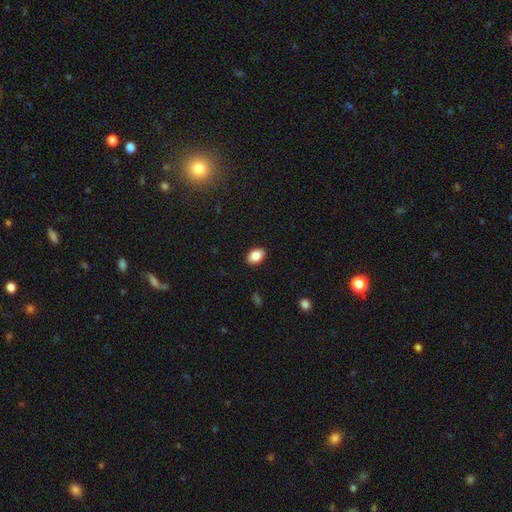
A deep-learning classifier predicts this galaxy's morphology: type=smooth (87%); roundness=in between (86%); merging=none (89%).